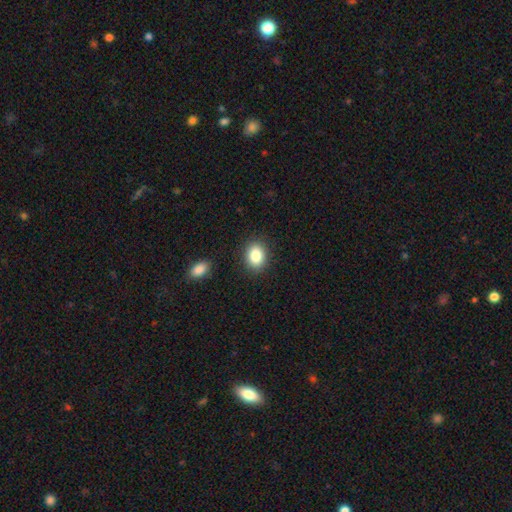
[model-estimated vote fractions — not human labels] A smooth galaxy with no disk features (85%) that is in between round and cigar-shaped (61%). Merging: none (88%).